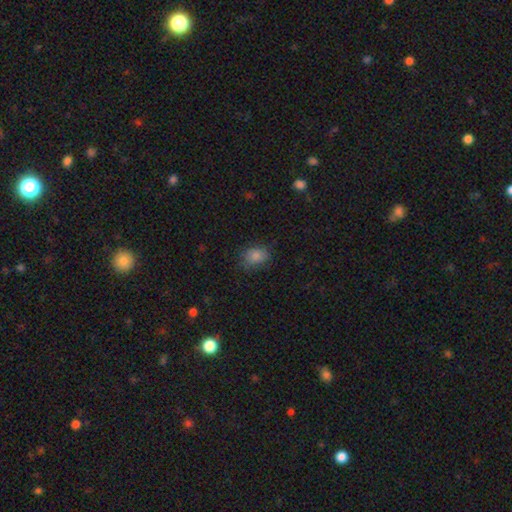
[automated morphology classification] This is clearly a smooth galaxy (81%). How rounded: likely in between (63%). Merging: likely none (74%).